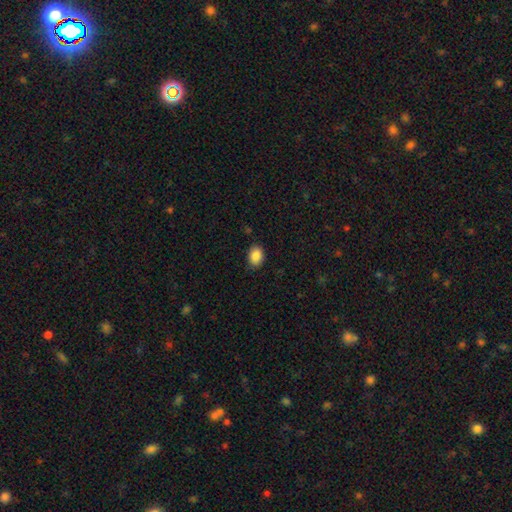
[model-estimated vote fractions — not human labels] Morphology: type=smooth (88%); roundness=in between (74%); merging=none (86%).